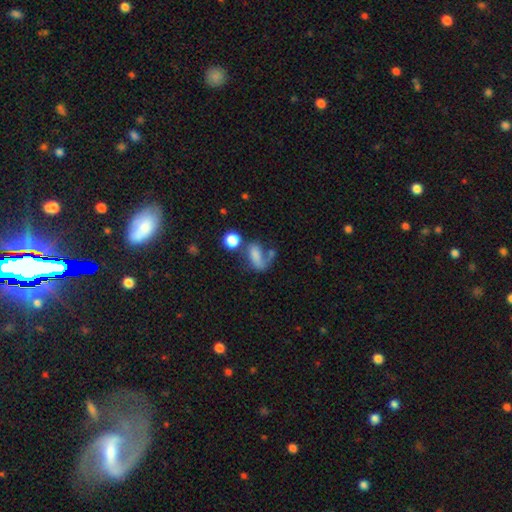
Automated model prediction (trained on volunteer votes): Smooth or featured?
  - smooth: 62% *
  - featured or disk: 24%
  - star or artifact: 13%
How rounded?
  - in between: 75% *
  - round: 17%
  - cigar-shaped: 8%
Merging?
  - major disturbance: 30% *
  - none: 28%
  - merger: 27%
  - minor disturbance: 15%